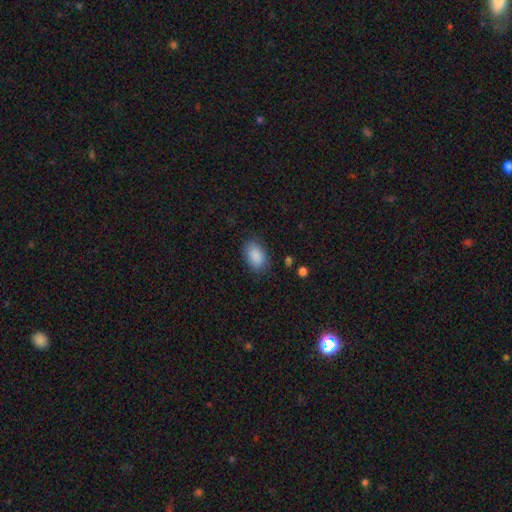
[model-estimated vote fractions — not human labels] Q: Smooth or featured?
A: smooth (89%); runner-up: star or artifact (7%)
Q: How rounded?
A: in between (90%); runner-up: round (9%)
Q: Merging?
A: none (82%); runner-up: minor disturbance (12%)